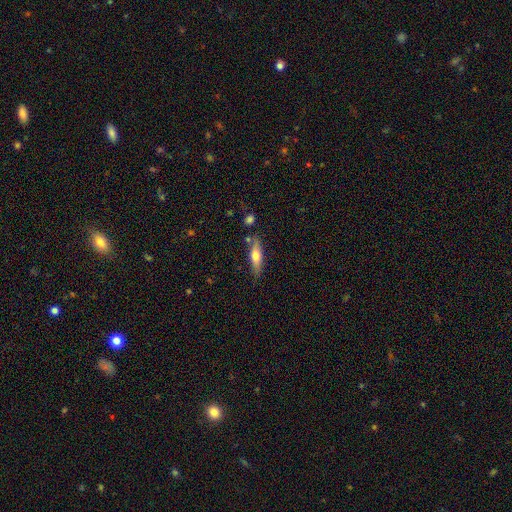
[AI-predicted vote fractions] A smooth galaxy with no disk features (57%) that is cigar-shaped (62%).

Vote fractions:
- Smooth or featured? smooth: 57% / featured or disk: 37% / star or artifact: 6%
- How rounded? cigar-shaped: 62% / in between: 35% / round: 2%
- Merging? none: 76% / minor disturbance: 14% / merger: 6% / major disturbance: 3%